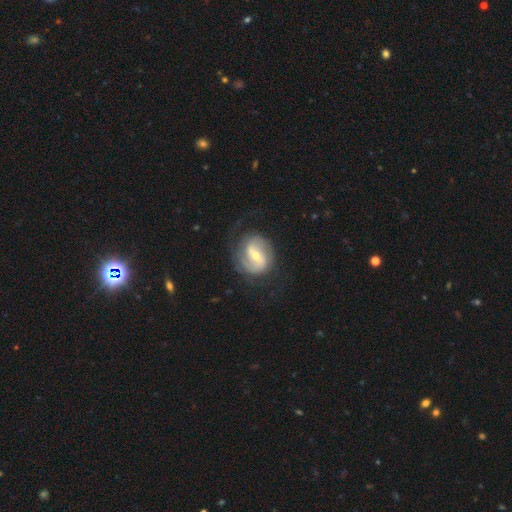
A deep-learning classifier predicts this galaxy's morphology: This appears to be a featured or disk galaxy (82%) with a weak bar (45%), 2 (82%) medium (44%) spiral arms (92%) and a small central bulge (52%). Merging: none (70%).